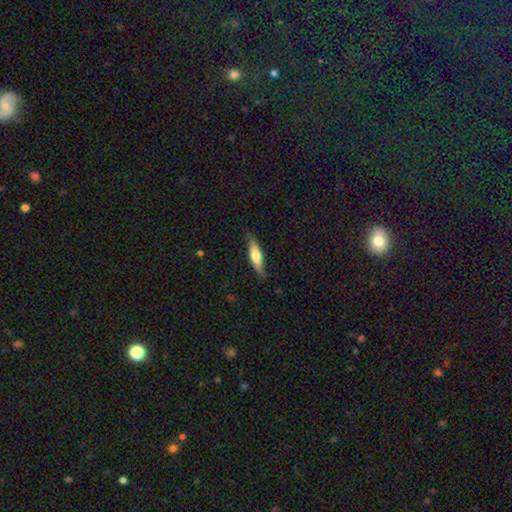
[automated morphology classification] smooth-or-featured: smooth: 51% | featured or disk: 43% | star or artifact: 5%
  how-rounded: cigar-shaped: 73% | in between: 25% | round: 2%
  merging: none: 81% | minor disturbance: 15% | major disturbance: 3% | merger: 1%